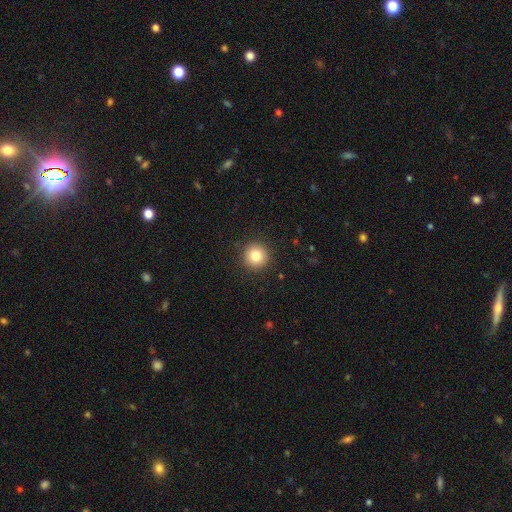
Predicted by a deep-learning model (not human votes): Smooth or featured? smooth (82%)
How rounded? round (95%)
Merging? none (92%)